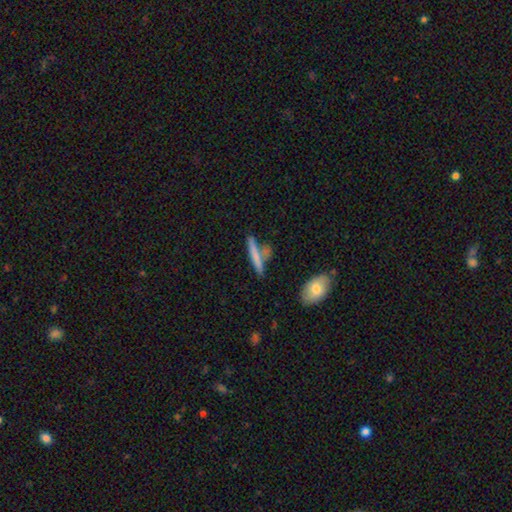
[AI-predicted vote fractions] This is likely a smooth galaxy (66%). How rounded: clearly cigar-shaped (89%). Merging: likely none (66%).